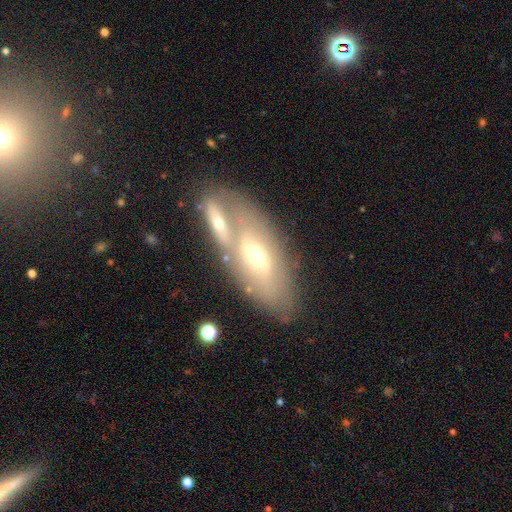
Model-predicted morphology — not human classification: This is possibly a featured or disk galaxy (48%). Merging: possibly merger (46%).